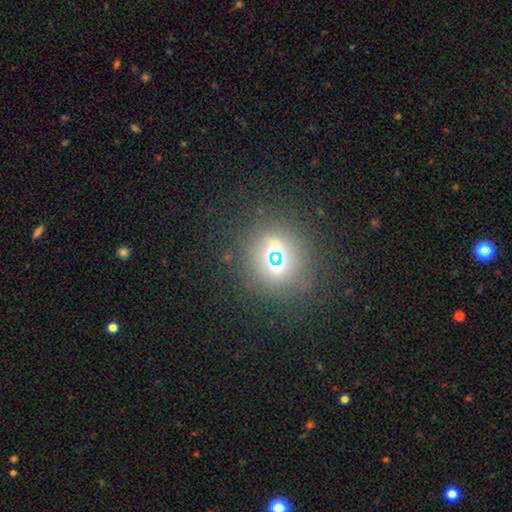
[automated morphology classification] smooth 44%, star or artifact 32%, featured or disk 24%. Down the decision tree: merging — none (61%).